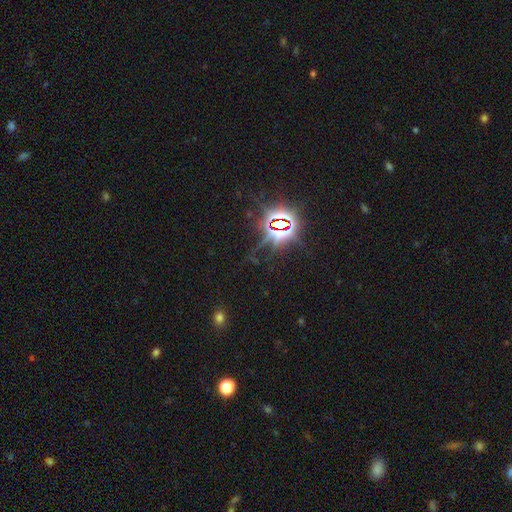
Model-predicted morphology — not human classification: smooth_or_featured: star or artifact (p=0.82) [alt: smooth p=0.11]